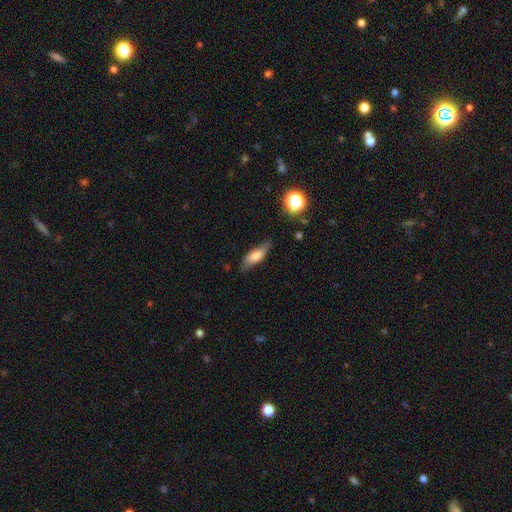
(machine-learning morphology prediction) This appears to be a smooth galaxy with no disk features (66%) that is in between round and cigar-shaped (57%). Merging: none (71%).